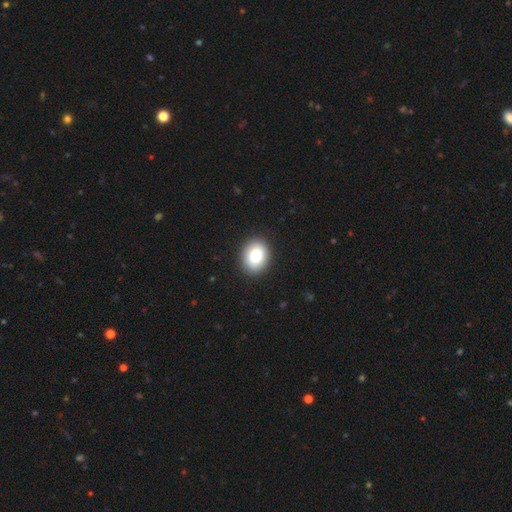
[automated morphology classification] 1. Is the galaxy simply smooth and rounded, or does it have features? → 81% smooth, 10% featured or disk, 8% star or artifact.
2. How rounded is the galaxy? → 50% round, 49% in between, 1% cigar-shaped.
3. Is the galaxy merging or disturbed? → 91% none, 7% minor disturbance, 2% major disturbance, 1% merger.